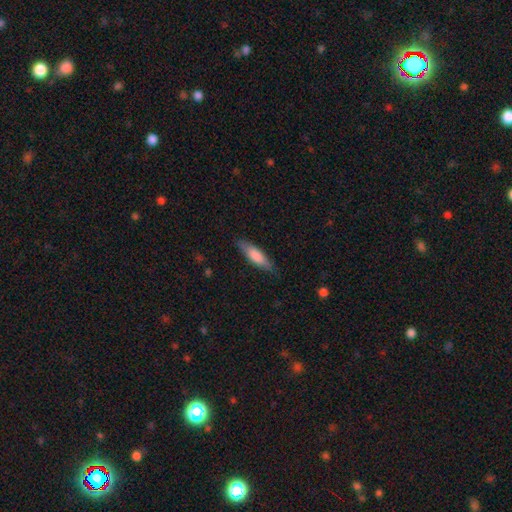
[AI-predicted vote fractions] Smooth or featured?
  - smooth: 76% *
  - featured or disk: 19%
  - star or artifact: 5%
How rounded?
  - cigar-shaped: 62% *
  - in between: 36%
  - round: 2%
Merging?
  - none: 82% *
  - minor disturbance: 15%
  - major disturbance: 3%
  - merger: 1%